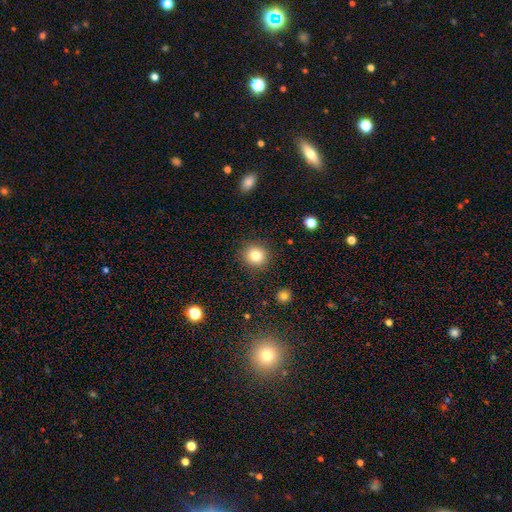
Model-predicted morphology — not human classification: Overall: smooth (81%). How rounded: round (91%). Merging: none (89%).